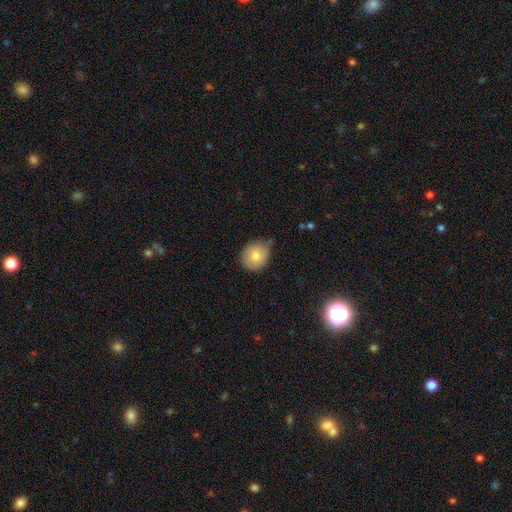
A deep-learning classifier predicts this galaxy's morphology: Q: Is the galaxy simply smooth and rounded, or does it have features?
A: smooth — 79%.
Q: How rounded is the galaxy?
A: round — 84%.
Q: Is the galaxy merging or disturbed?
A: none — 70%.